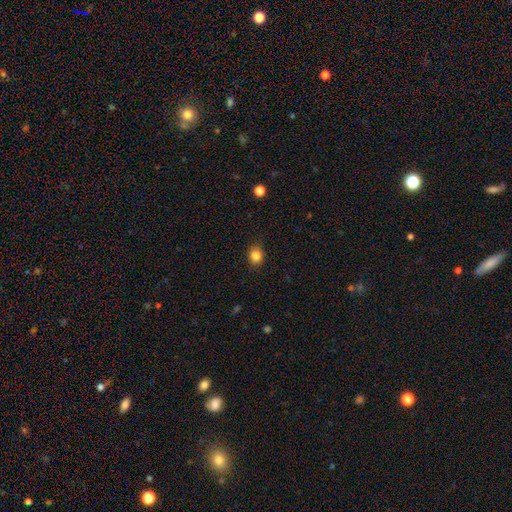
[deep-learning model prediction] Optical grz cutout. It shows a smooth galaxy with no disk features (84%) that is round (70%). Merging: none (84%).